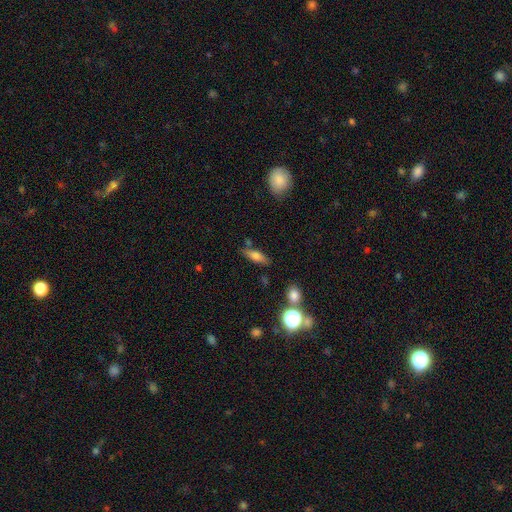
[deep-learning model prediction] Smooth or featured: smooth — 64% (featured or disk — 25%)
How rounded: in between — 53% (cigar-shaped — 42%)
Merging: none — 75% (minor disturbance — 15%)